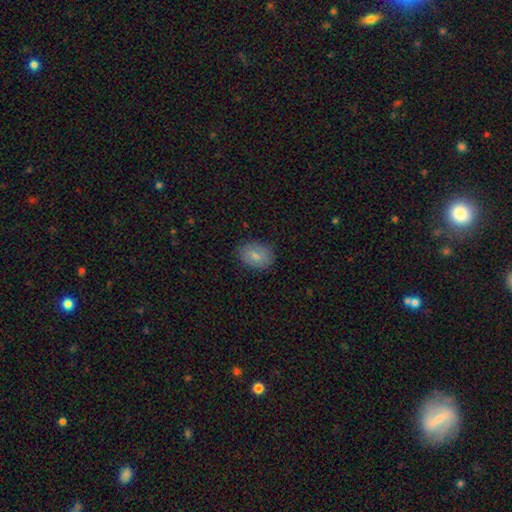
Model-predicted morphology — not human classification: A smooth galaxy with no disk features (76%) that is in between round and cigar-shaped (75%). Merging: none (81%).